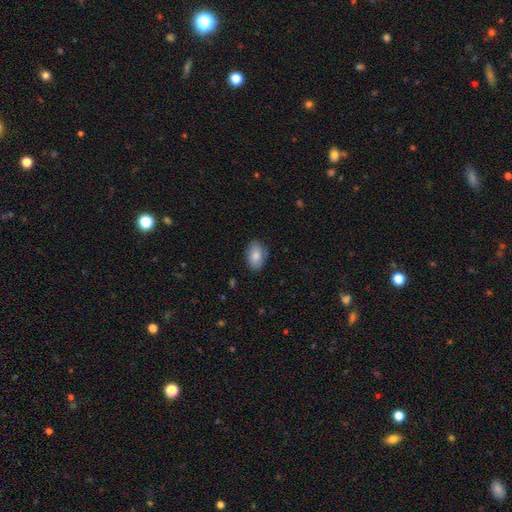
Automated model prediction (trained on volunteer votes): Smooth or featured: smooth — 84% (featured or disk — 9%)
How rounded: in between — 90% (round — 8%)
Merging: none — 84% (minor disturbance — 12%)